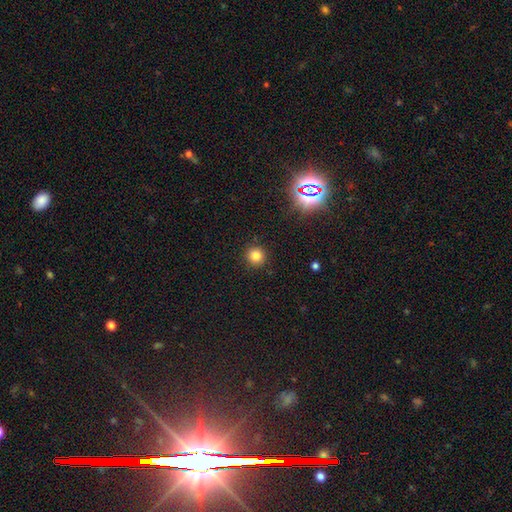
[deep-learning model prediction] Overall: smooth (79%). How rounded: round (94%). Merging: none (91%).